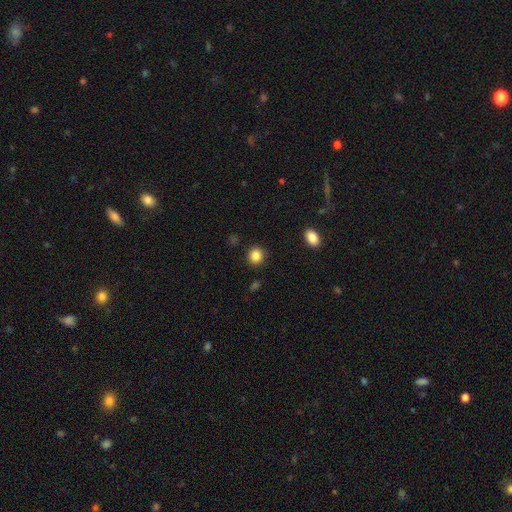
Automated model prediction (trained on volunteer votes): smooth-or-featured: smooth: 86% | star or artifact: 10% | featured or disk: 4%
  how-rounded: round: 85% | in between: 14% | cigar-shaped: 1%
  merging: none: 90% | minor disturbance: 6% | major disturbance: 2% | merger: 2%